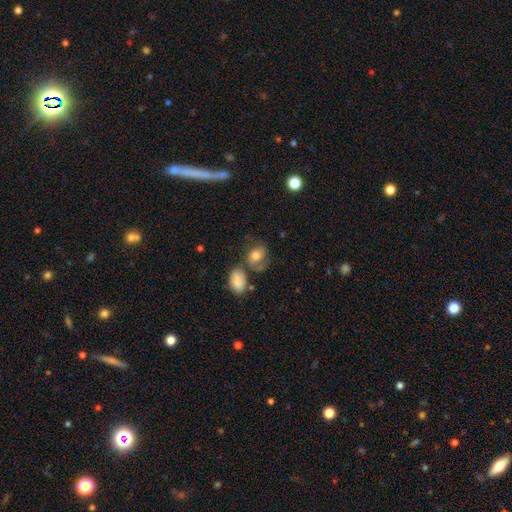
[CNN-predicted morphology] Smooth or featured: smooth — 65% (featured or disk — 26%)
How rounded: in between — 67% (round — 32%)
Merging: none — 42% (minor disturbance — 22%)